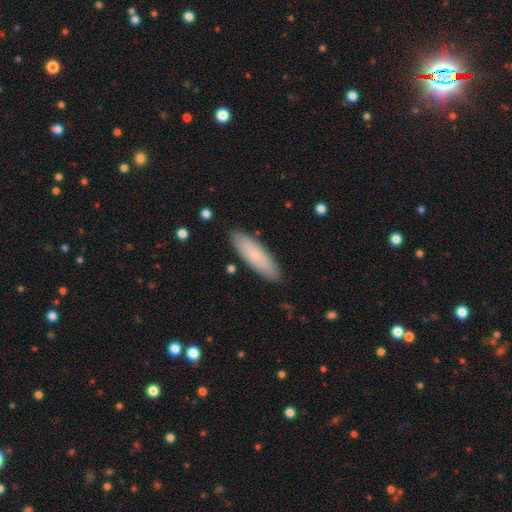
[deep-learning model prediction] smooth 78%, featured or disk 17%, star or artifact 6%. Down the decision tree: how rounded — cigar-shaped (54%); merging — none (87%).